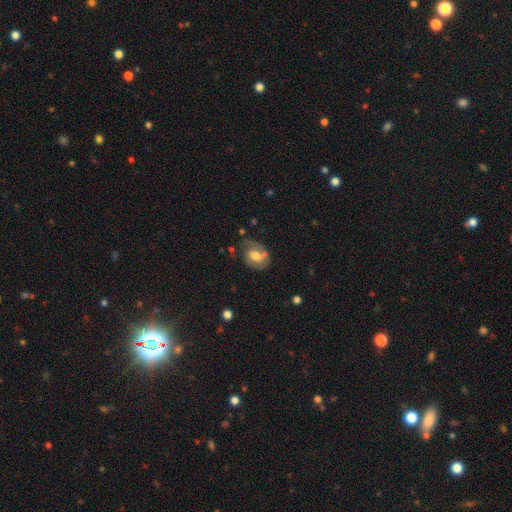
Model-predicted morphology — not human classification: This is possibly a featured or disk galaxy (56%). It is clearly not viewed edge-on (96%). Bar: possibly no (53%). Spiral arm pattern: likely yes (75%). Central bulge: likely moderate (61%). Merging: possibly none (53%).